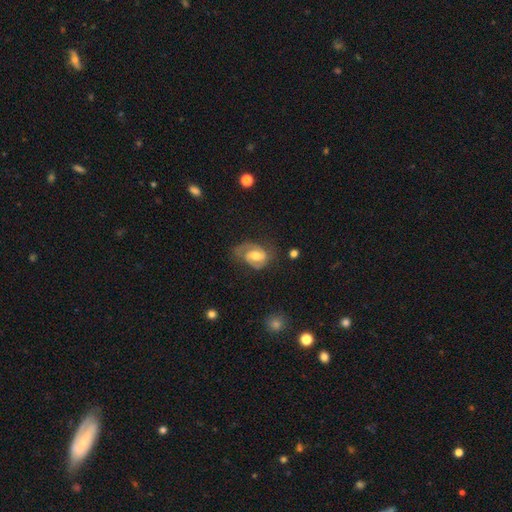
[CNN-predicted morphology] Q: Smooth or featured?
A: featured or disk (70%); runner-up: smooth (24%)
Q: Edge-on disk?
A: no (97%); runner-up: yes (3%)
Q: Bar?
A: weak (46%); runner-up: no (40%)
Q: Spiral arms?
A: yes (88%); runner-up: no (12%)
Q: Spiral winding?
A: medium (46%); runner-up: tight (34%)
Q: Spiral arm count?
A: 2 (69%); runner-up: 1 (16%)
Q: Bulge size?
A: moderate (68%); runner-up: small (16%)
Q: Merging?
A: none (51%); runner-up: minor disturbance (27%)